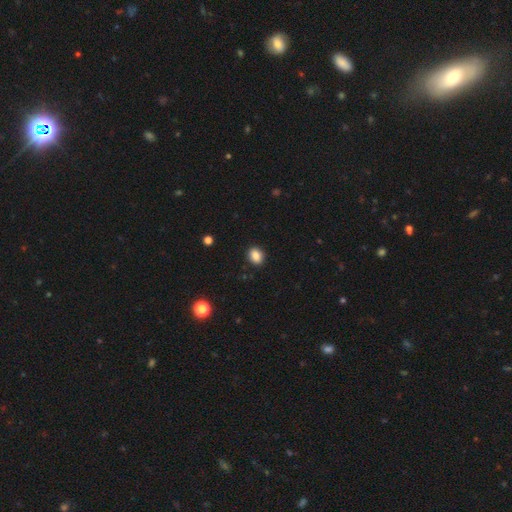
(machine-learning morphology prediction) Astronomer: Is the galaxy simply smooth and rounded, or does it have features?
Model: smooth — 86%.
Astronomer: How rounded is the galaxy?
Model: in between — 52% (runner-up: round, 47%).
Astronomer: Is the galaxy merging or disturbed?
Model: none — 90%.